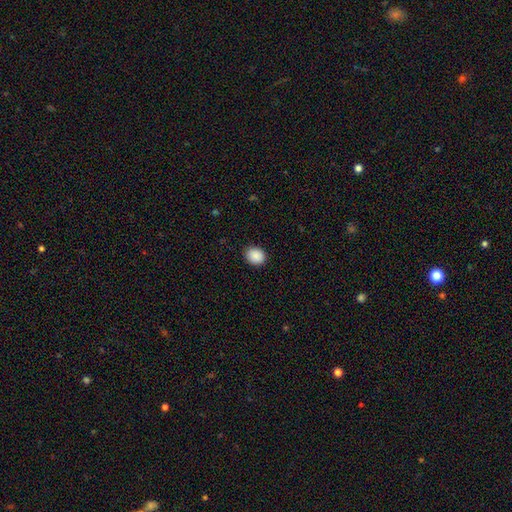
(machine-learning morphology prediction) smooth_or_featured: smooth (p=0.89) [alt: star or artifact p=0.08]
how_rounded: round (p=0.60) [alt: in between p=0.39]
merging: none (p=0.89) [alt: minor disturbance p=0.08]